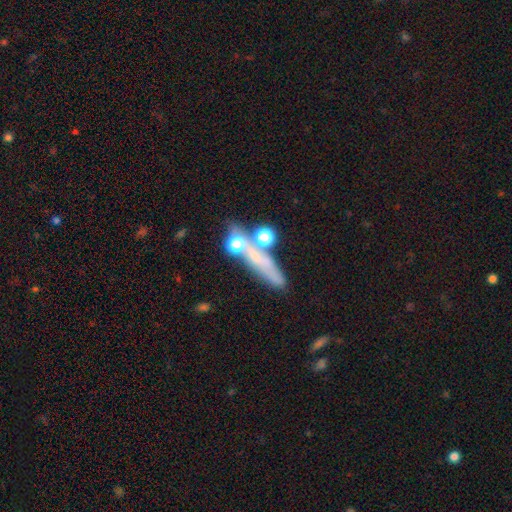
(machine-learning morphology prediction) smooth-or-featured: smooth: 44% | featured or disk: 33% | star or artifact: 23%
  merging: none: 54% | merger: 22% | minor disturbance: 15% | major disturbance: 10%